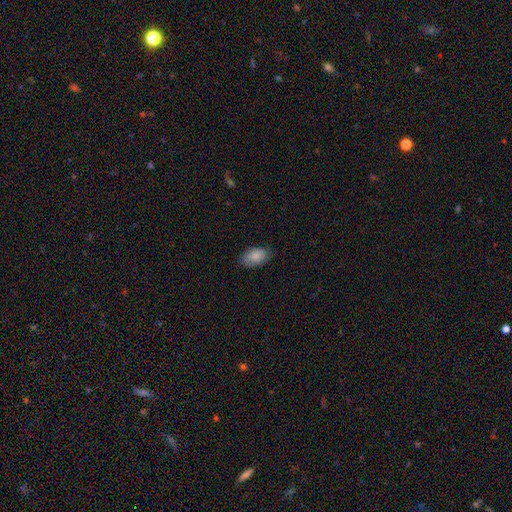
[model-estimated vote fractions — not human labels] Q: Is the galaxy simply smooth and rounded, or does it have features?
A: smooth — 84%.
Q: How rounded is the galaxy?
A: in between — 92%.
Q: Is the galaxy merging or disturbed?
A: none — 78%.